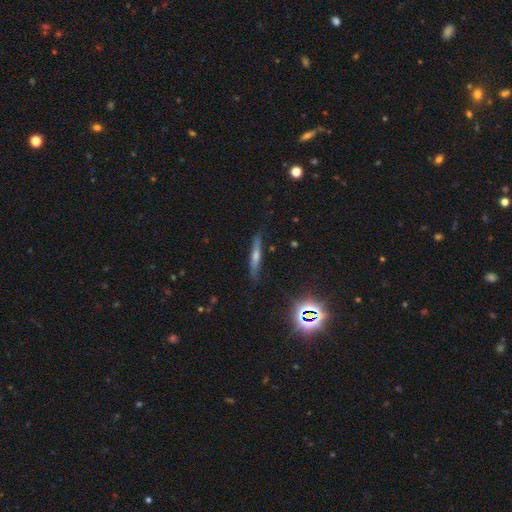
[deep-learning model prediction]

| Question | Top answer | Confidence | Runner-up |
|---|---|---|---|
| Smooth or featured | featured or disk | 47% | smooth (37%) |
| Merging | none | 85% | minor disturbance (11%) |